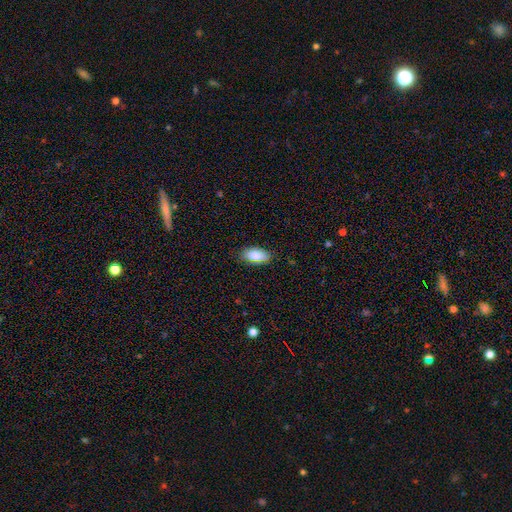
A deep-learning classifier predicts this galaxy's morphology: smooth-or-featured: smooth: 85% | featured or disk: 8% | star or artifact: 7%
  how-rounded: in between: 92% | cigar-shaped: 5% | round: 3%
  merging: none: 81% | minor disturbance: 15% | major disturbance: 3% | merger: 1%